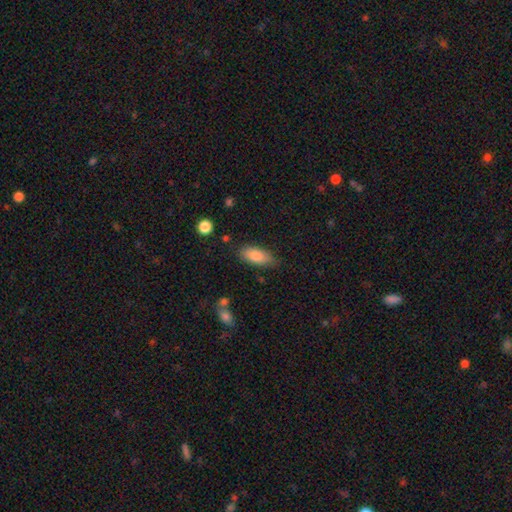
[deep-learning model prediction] Overall: smooth (84%). How rounded: in between (83%). Merging: none (76%).